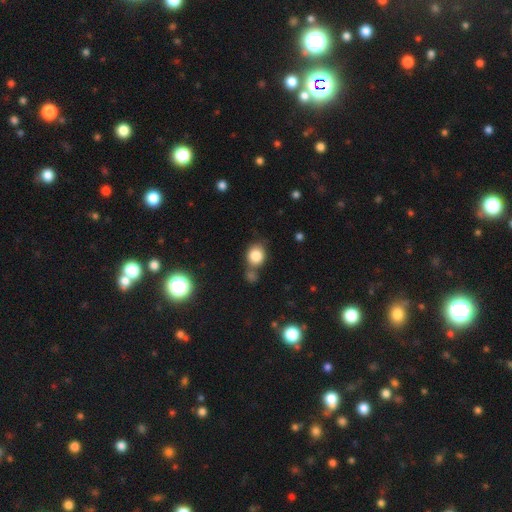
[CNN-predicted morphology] smooth-or-featured: smooth: 83% | star or artifact: 10% | featured or disk: 7%
  how-rounded: round: 64% | in between: 35% | cigar-shaped: 1%
  merging: none: 57% | merger: 23% | minor disturbance: 15% | major disturbance: 5%